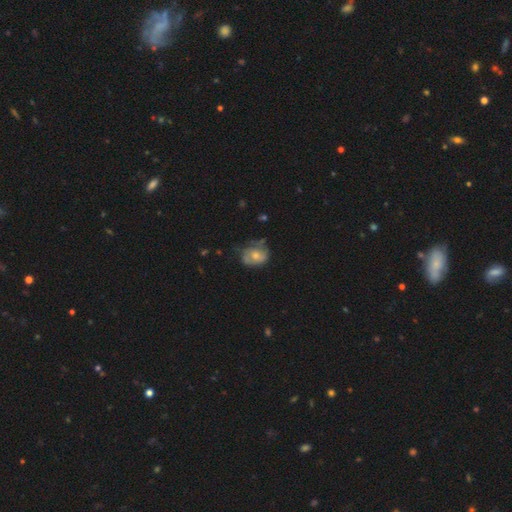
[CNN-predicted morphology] A smooth galaxy with no disk features (50%) that is in between round and cigar-shaped (51%).

Vote fractions:
- Smooth or featured? smooth: 50% / featured or disk: 42% / star or artifact: 8%
- How rounded? in between: 51% / round: 48% / cigar-shaped: 1%
- Merging? none: 46% / minor disturbance: 33% / major disturbance: 17% / merger: 4%